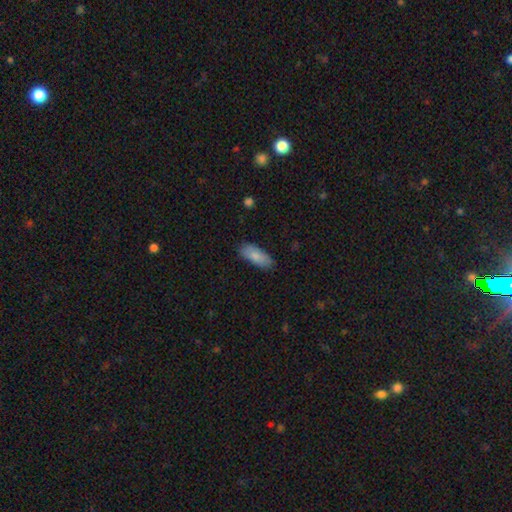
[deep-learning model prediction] This is clearly a smooth galaxy (84%). How rounded: clearly in between (80%). Merging: clearly none (82%).